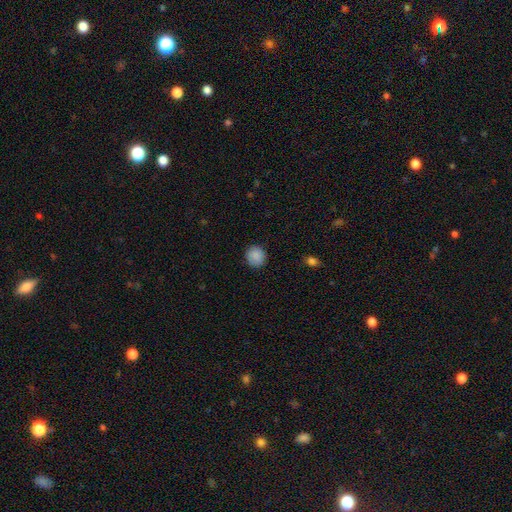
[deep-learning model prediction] A smooth galaxy with no disk features (89%) that is round (86%). Merging: none (88%).